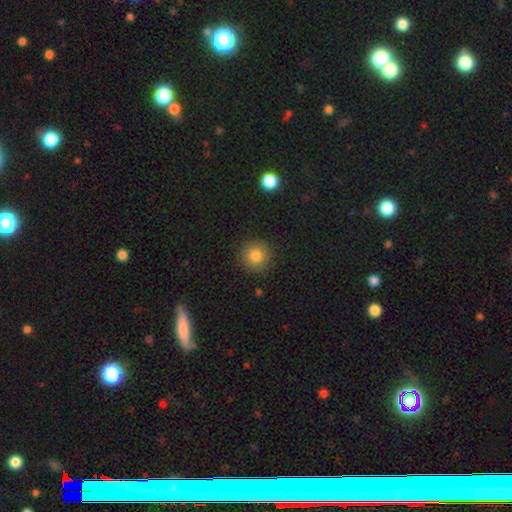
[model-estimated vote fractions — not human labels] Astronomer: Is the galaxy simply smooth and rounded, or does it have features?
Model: smooth — 82%.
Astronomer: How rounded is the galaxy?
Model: round — 94%.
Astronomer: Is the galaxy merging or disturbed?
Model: none — 90%.